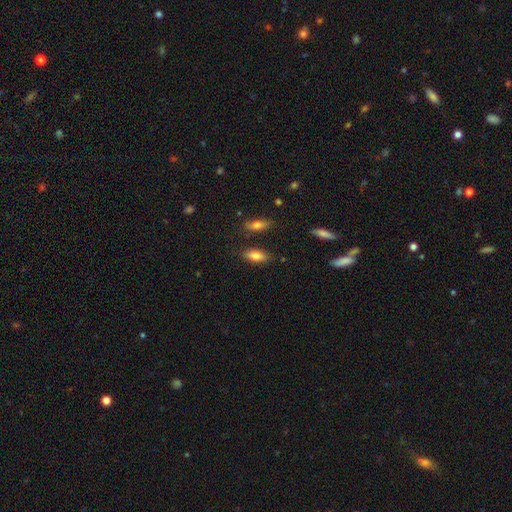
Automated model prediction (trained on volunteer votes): Smooth or featured?
  - smooth: 79% *
  - featured or disk: 13%
  - star or artifact: 8%
How rounded?
  - in between: 79% *
  - cigar-shaped: 18%
  - round: 3%
Merging?
  - none: 80% *
  - minor disturbance: 13%
  - merger: 4%
  - major disturbance: 3%